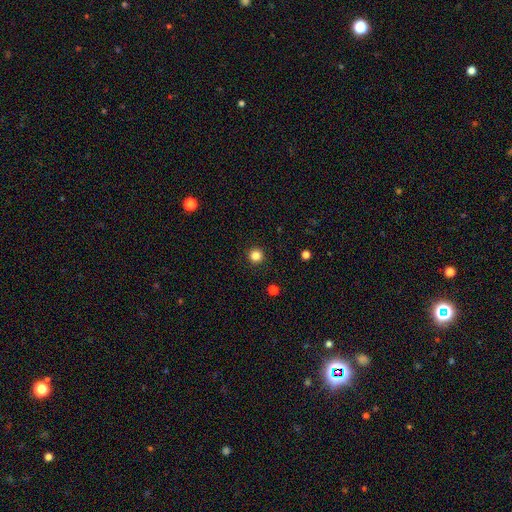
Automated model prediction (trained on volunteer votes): Smooth or featured? smooth (84%)
How rounded? round (96%)
Merging? none (93%)